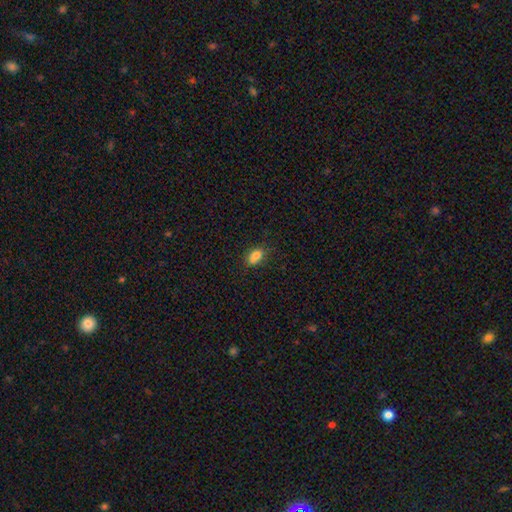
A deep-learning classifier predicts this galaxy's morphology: This is likely a smooth galaxy (79%). How rounded: likely in between (77%). Merging: possibly none (57%).